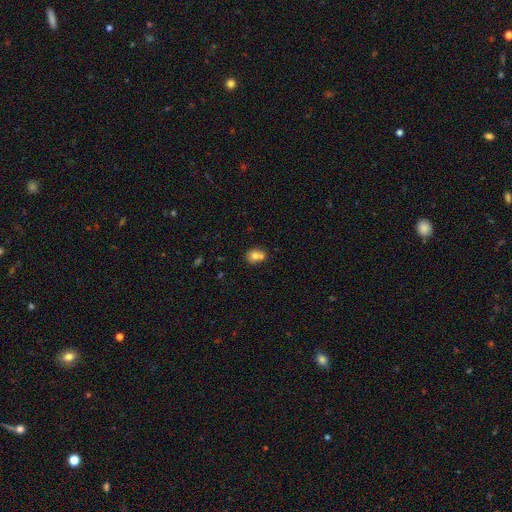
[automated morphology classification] Q: Smooth or featured?
A: smooth (72%); runner-up: featured or disk (17%)
Q: How rounded?
A: round (71%); runner-up: in between (28%)
Q: Merging?
A: merger (49%); runner-up: none (40%)